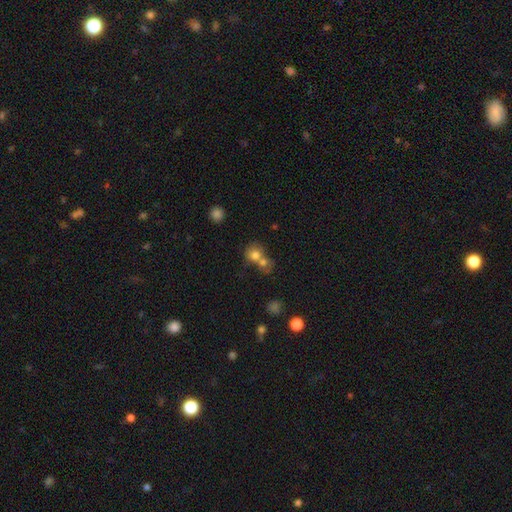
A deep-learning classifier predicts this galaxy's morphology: smooth 74%, featured or disk 13%, star or artifact 13%. Down the decision tree: how rounded — round (80%); merging — merger (57%).